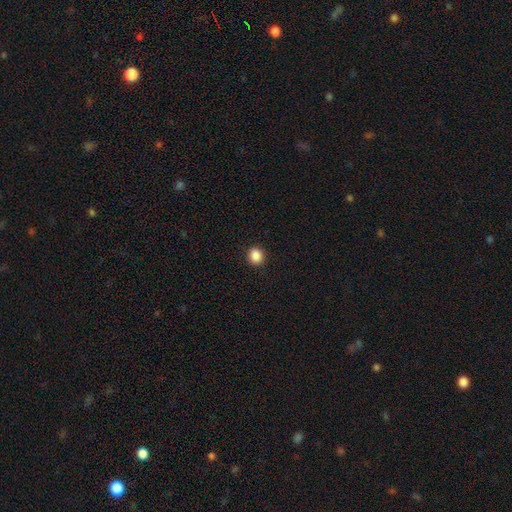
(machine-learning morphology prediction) smooth 88%, star or artifact 10%, featured or disk 3%. Down the decision tree: how rounded — round (83%); merging — none (92%).